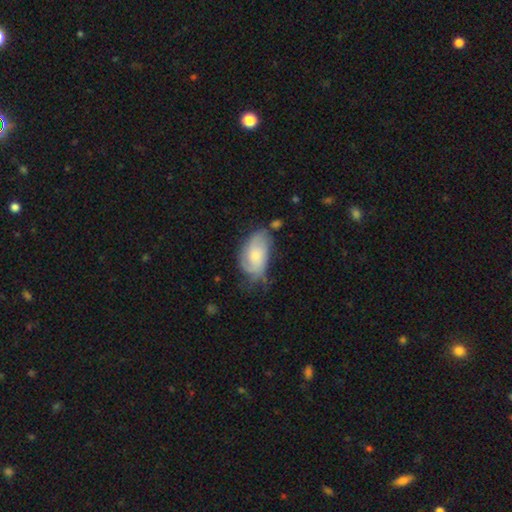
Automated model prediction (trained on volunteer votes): Morphology: type=featured or disk (53%); edge-on=no (95%); bar=no (73%); spiral arms=yes (83%); bulge=moderate (45%); merging=none (48%).